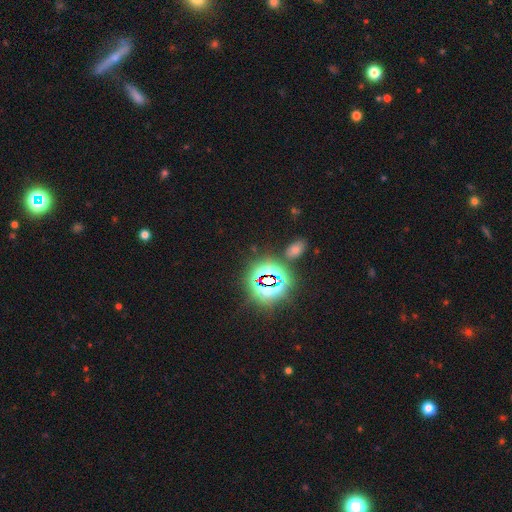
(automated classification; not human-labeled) A star or artifact, not a galaxy (80%).

Vote fractions:
- Smooth or featured? star or artifact: 80% / smooth: 14% / featured or disk: 7%